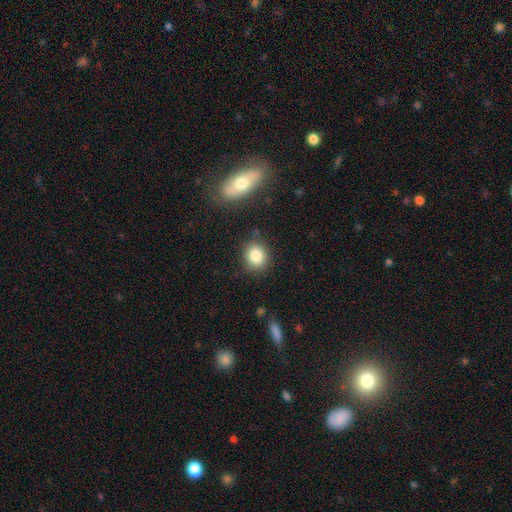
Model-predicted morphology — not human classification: smooth_or_featured: smooth (p=0.84) [alt: star or artifact p=0.10]
how_rounded: round (p=0.68) [alt: in between p=0.31]
merging: none (p=0.83) [alt: minor disturbance p=0.11]